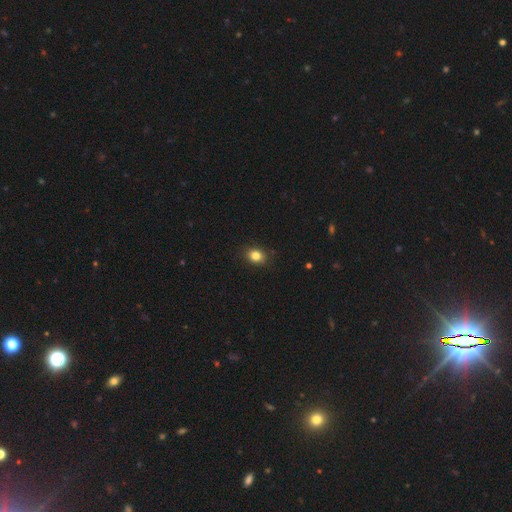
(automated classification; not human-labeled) Smooth or featured? Predicted: smooth (p=0.84). How rounded? Predicted: in between (p=0.53). Merging? Predicted: none (p=0.88).